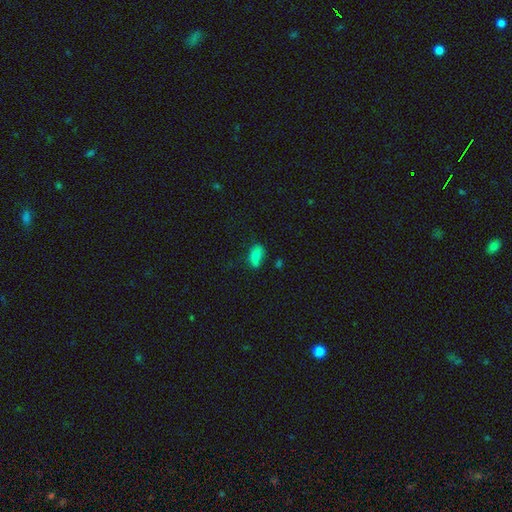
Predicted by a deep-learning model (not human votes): This appears to be a smooth galaxy with no disk features (78%) that is in between round and cigar-shaped (88%). Merging: none (57%).